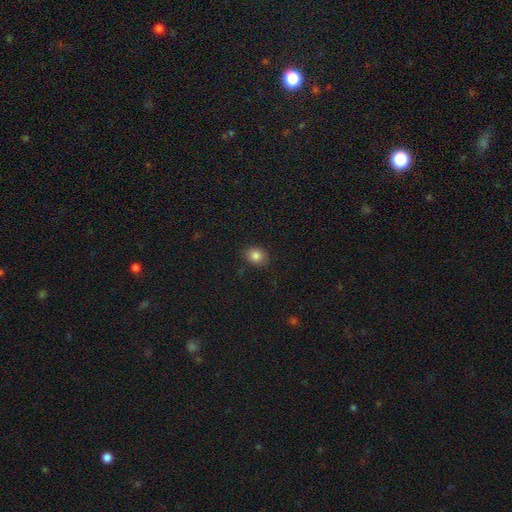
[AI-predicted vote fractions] This is clearly a smooth galaxy (83%). How rounded: possibly round (55%). Merging: clearly none (86%).